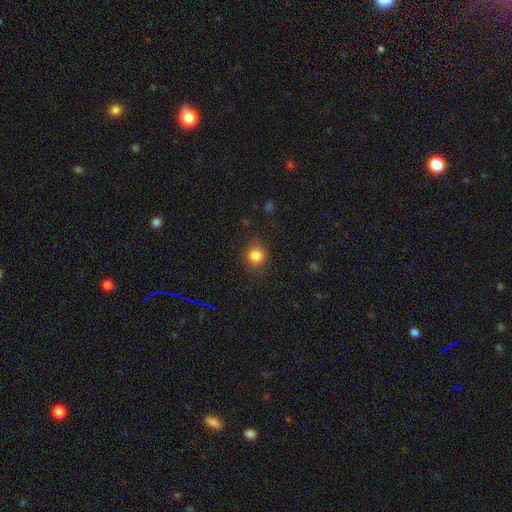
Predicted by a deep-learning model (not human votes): smooth-or-featured: smooth: 82% | star or artifact: 12% | featured or disk: 6%
  how-rounded: round: 86% | in between: 13% | cigar-shaped: 1%
  merging: none: 85% | minor disturbance: 10% | major disturbance: 3% | merger: 1%